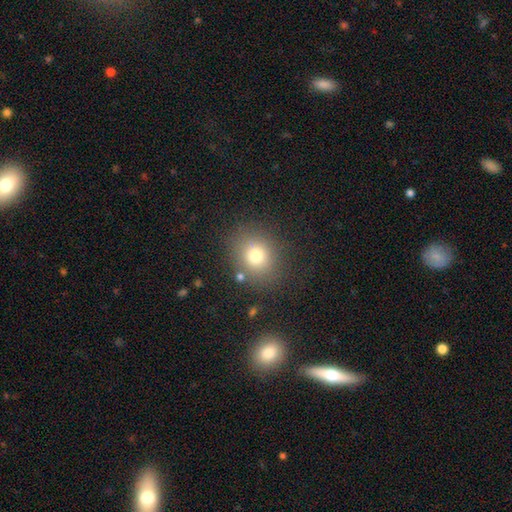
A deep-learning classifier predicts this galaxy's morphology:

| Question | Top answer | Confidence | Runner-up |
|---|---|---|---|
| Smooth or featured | smooth | 76% | star or artifact (14%) |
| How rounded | round | 68% | in between (31%) |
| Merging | none | 81% | minor disturbance (11%) |